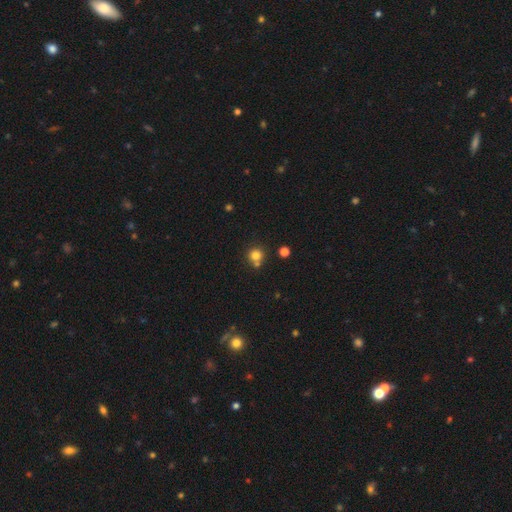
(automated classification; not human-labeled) Smooth or featured?
  - smooth: 79% *
  - star or artifact: 14%
  - featured or disk: 7%
How rounded?
  - round: 92% *
  - in between: 7%
  - cigar-shaped: 1%
Merging?
  - none: 67% *
  - merger: 22%
  - minor disturbance: 9%
  - major disturbance: 3%